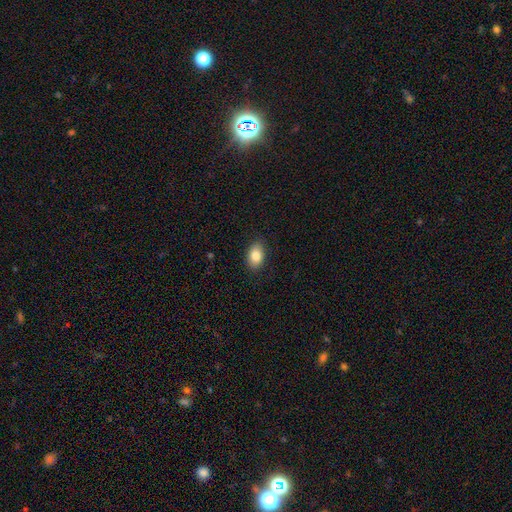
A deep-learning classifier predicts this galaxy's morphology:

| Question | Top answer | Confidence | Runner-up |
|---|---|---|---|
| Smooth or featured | smooth | 85% | featured or disk (8%) |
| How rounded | in between | 88% | round (11%) |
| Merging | none | 87% | minor disturbance (10%) |